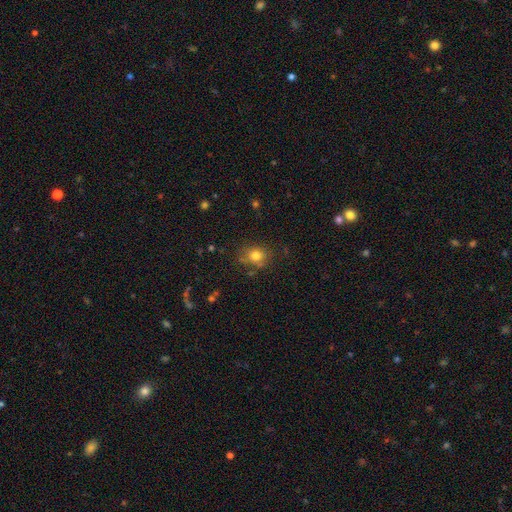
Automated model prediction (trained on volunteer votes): Smooth or featured? smooth (78%)
How rounded? round (66%)
Merging? none (73%)